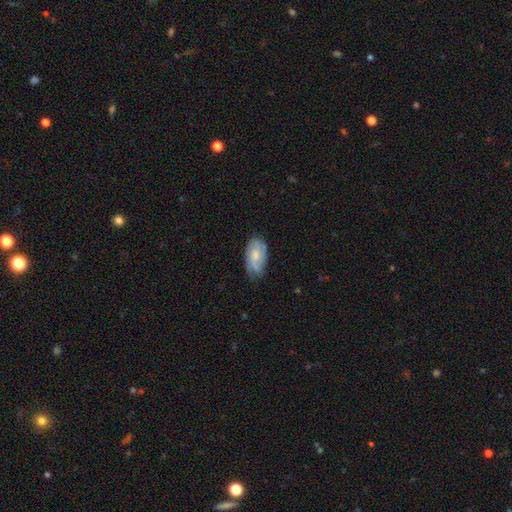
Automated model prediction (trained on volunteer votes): A featured or disk galaxy (49%). Merging: none (64%).